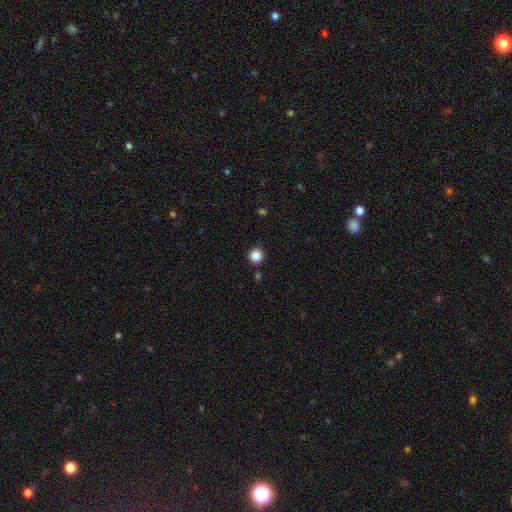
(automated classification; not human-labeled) Morphology: type=smooth (87%); roundness=round (96%); merging=none (91%).